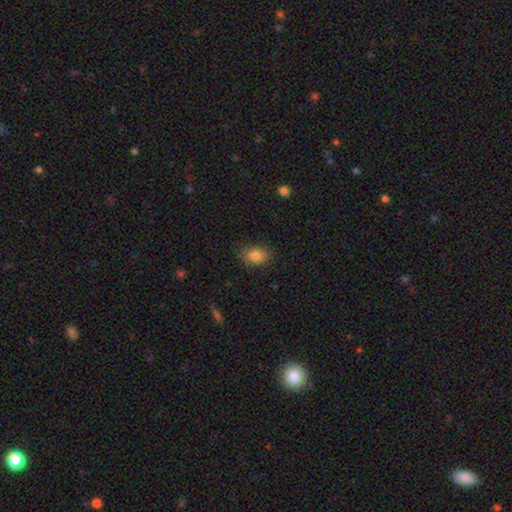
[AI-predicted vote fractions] Morphology: type=smooth (83%); roundness=in between (77%); merging=none (81%).